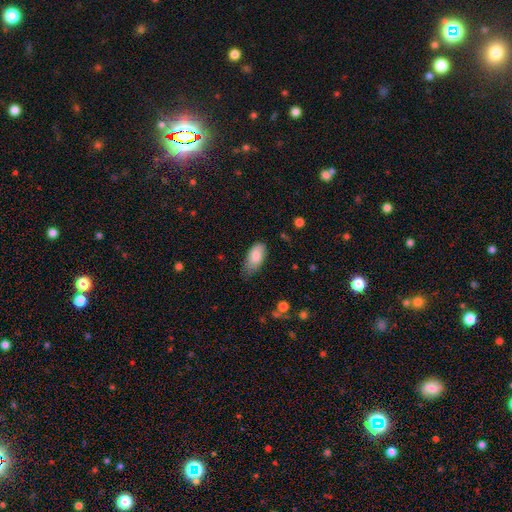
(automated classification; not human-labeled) Morphology: type=smooth (84%); roundness=in between (93%); merging=none (56%).